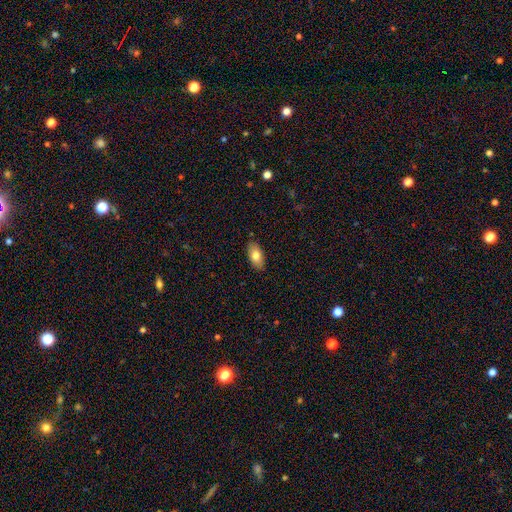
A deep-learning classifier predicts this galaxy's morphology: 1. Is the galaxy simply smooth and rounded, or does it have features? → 79% smooth, 14% featured or disk, 7% star or artifact.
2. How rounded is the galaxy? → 91% in between, 6% cigar-shaped, 3% round.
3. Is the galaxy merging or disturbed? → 88% none, 10% minor disturbance, 2% major disturbance, 1% merger.